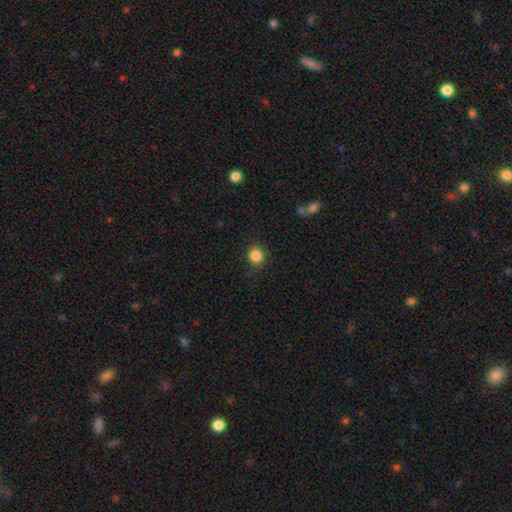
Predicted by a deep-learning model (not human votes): The model was most divided on "how rounded": round: 85%, in between: 14%, cigar-shaped: 1%. More confident: merging — none (87%); smooth or featured — smooth (86%).